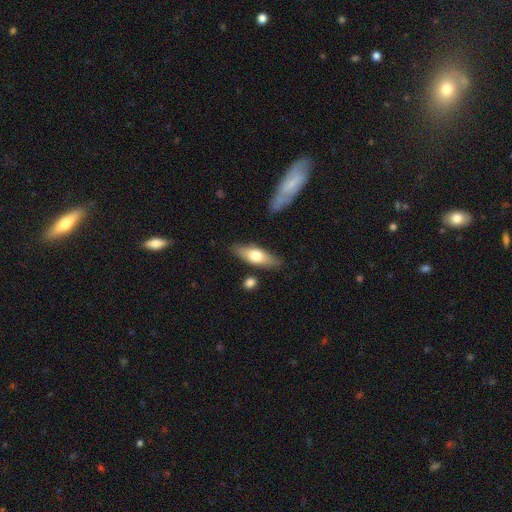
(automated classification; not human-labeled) Smooth or featured?
  - smooth: 59% *
  - featured or disk: 35%
  - star or artifact: 6%
How rounded?
  - in between: 59% *
  - cigar-shaped: 38%
  - round: 3%
Merging?
  - none: 82% *
  - minor disturbance: 12%
  - merger: 4%
  - major disturbance: 3%